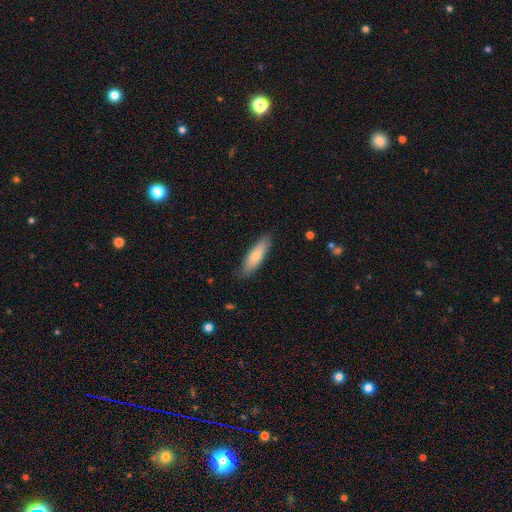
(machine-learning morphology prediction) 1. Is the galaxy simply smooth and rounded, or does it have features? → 76% smooth, 18% featured or disk, 6% star or artifact.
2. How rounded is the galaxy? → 56% cigar-shaped, 42% in between, 2% round.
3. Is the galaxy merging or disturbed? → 85% none, 12% minor disturbance, 2% major disturbance, 1% merger.